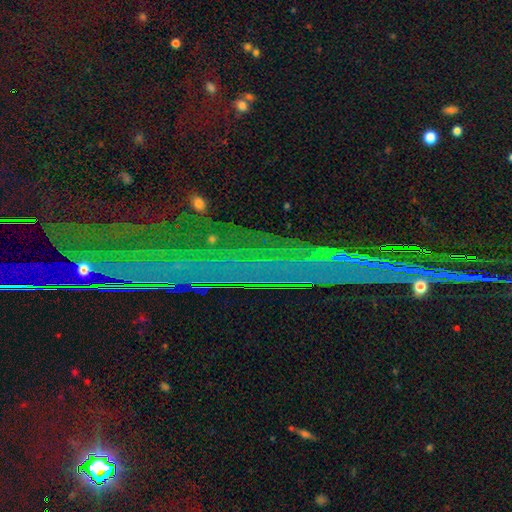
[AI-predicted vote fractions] This is clearly a star or artifact rather than a galaxy (83%).